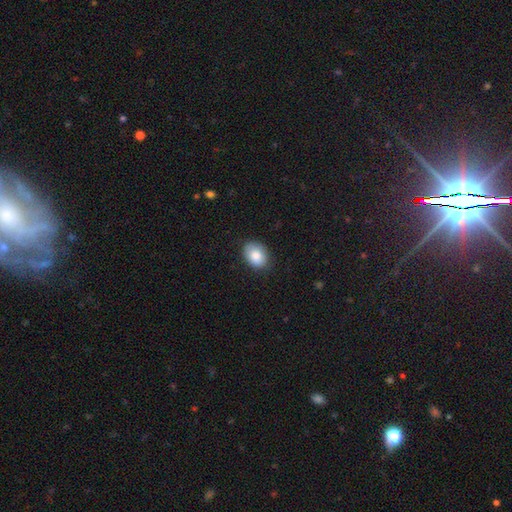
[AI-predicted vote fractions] Smooth or featured: smooth — 83% (featured or disk — 9%)
How rounded: in between — 72% (round — 27%)
Merging: none — 81% (minor disturbance — 15%)